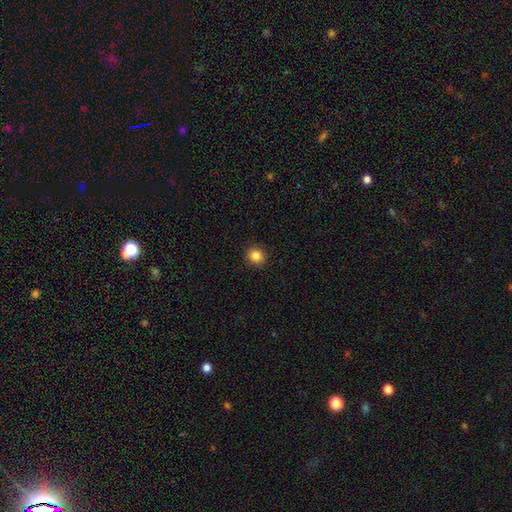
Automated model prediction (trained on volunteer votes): A smooth galaxy with no disk features (85%) that is round (90%).

Vote fractions:
- Smooth or featured? smooth: 85% / star or artifact: 11% / featured or disk: 4%
- How rounded? round: 90% / in between: 9% / cigar-shaped: 1%
- Merging? none: 92% / minor disturbance: 5% / major disturbance: 2% / merger: 1%